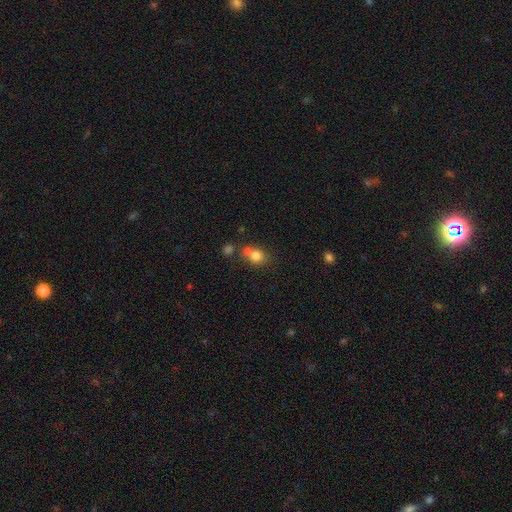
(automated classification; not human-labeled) Smooth or featured? smooth (77%)
How rounded? round (75%)
Merging? none (50%)